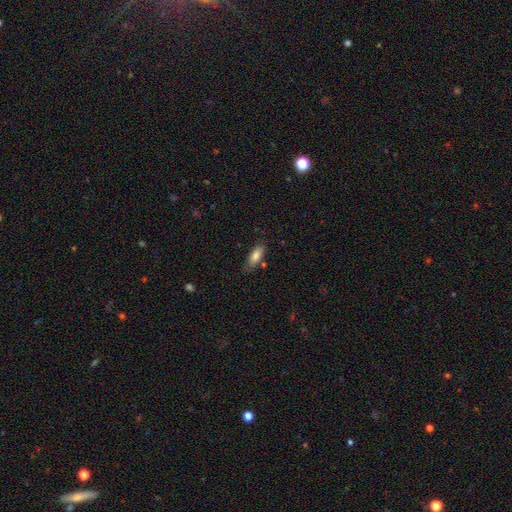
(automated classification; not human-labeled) smooth_or_featured: smooth (p=0.80) [alt: featured or disk p=0.13]
how_rounded: in between (p=0.75) [alt: cigar-shaped p=0.23]
merging: none (p=0.72) [alt: minor disturbance p=0.20]